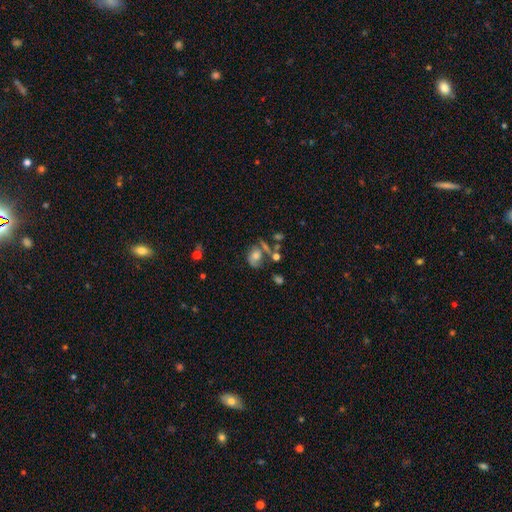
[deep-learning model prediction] smooth-or-featured: smooth: 50% | featured or disk: 37% | star or artifact: 13%
  how-rounded: in between: 61% | round: 37% | cigar-shaped: 2%
  merging: none: 37% | minor disturbance: 24% | major disturbance: 22% | merger: 17%